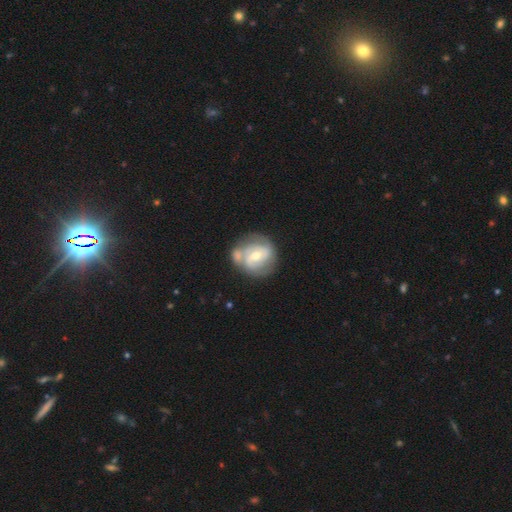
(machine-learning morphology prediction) type=featured or disk (72%); edge-on=no (97%); bar=weak (43%); spiral arms=yes (84%); winding=tight (47%); arm count=2 (57%); bulge=moderate (59%); merging=none (46%).